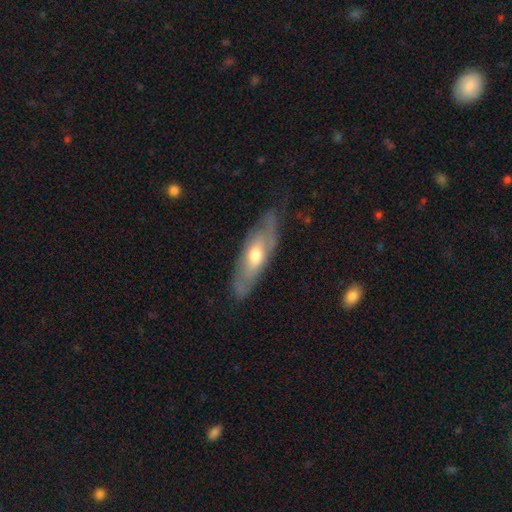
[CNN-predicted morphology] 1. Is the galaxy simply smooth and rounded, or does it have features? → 59% featured or disk, 36% smooth, 6% star or artifact.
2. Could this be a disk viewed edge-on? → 58% no, 42% yes.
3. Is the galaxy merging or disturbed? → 70% none, 23% minor disturbance, 6% major disturbance, 1% merger.